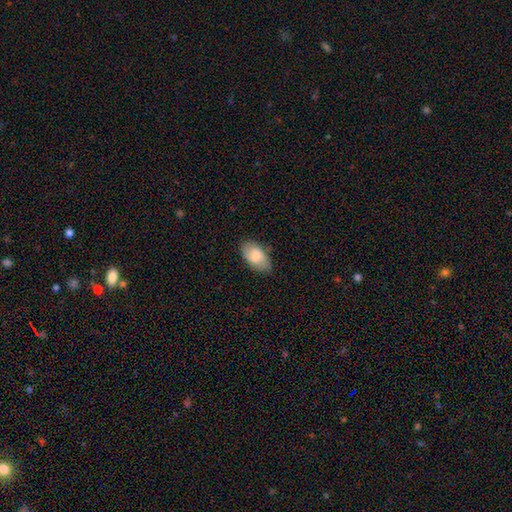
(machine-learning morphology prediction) smooth-or-featured: smooth: 73% | featured or disk: 20% | star or artifact: 6%
  how-rounded: in between: 94% | round: 4% | cigar-shaped: 2%
  merging: none: 77% | minor disturbance: 19% | major disturbance: 3% | merger: 1%